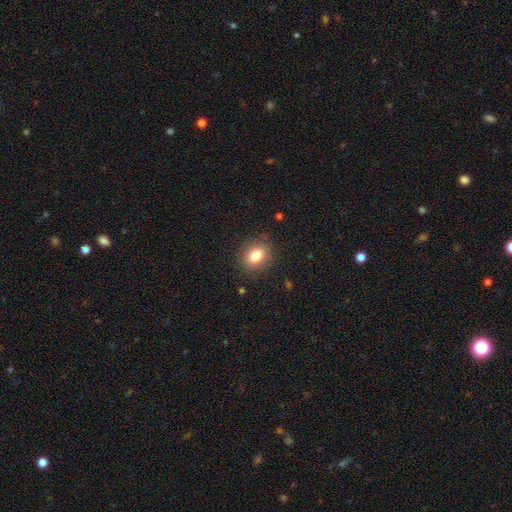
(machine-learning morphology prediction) smooth-or-featured: smooth: 82% | star or artifact: 10% | featured or disk: 8%
  how-rounded: in between: 61% | round: 37% | cigar-shaped: 1%
  merging: none: 87% | minor disturbance: 9% | major disturbance: 3% | merger: 1%